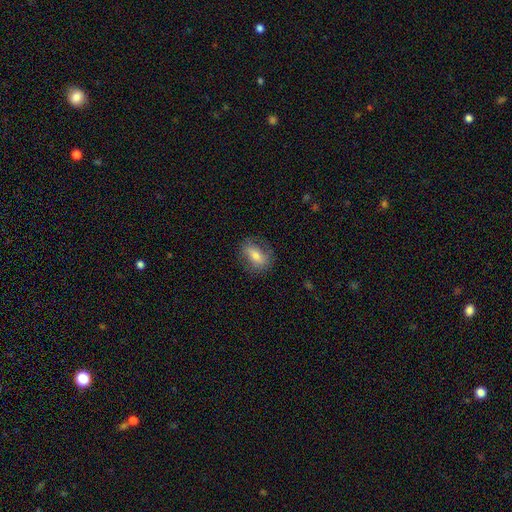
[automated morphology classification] Smooth or featured?
  - smooth: 64% *
  - featured or disk: 28%
  - star or artifact: 8%
How rounded?
  - in between: 75% *
  - round: 18%
  - cigar-shaped: 7%
Merging?
  - none: 77% *
  - minor disturbance: 16%
  - major disturbance: 6%
  - merger: 1%